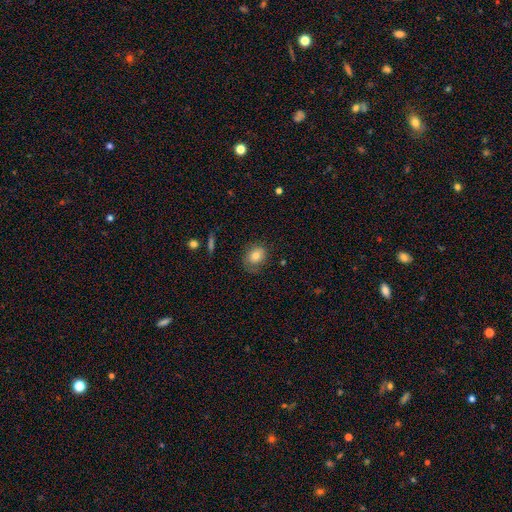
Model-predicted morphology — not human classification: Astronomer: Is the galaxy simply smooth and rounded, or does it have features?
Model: smooth — 74%.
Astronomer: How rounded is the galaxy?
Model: round — 55% (runner-up: in between, 44%).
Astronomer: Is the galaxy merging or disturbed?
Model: none — 68%.